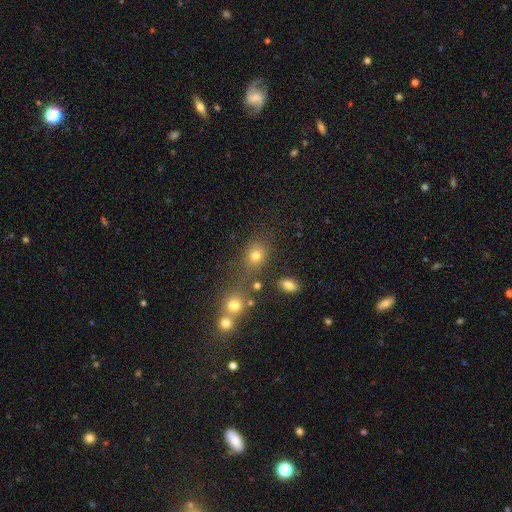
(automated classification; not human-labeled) This is likely a smooth galaxy (75%). How rounded: likely round (61%). Merging: likely none (62%).